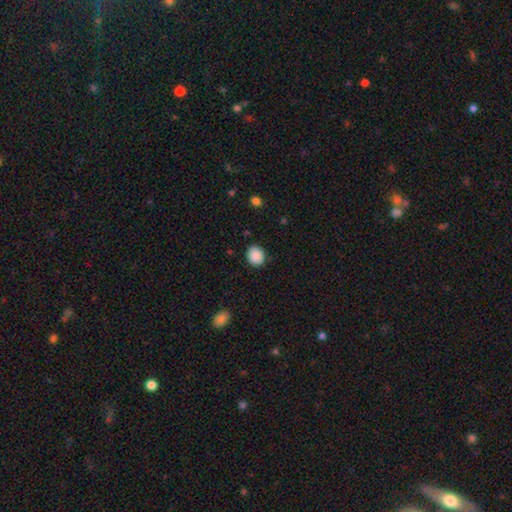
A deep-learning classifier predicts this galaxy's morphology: Smooth or featured: smooth — 89% (star or artifact — 8%)
How rounded: round — 68% (in between — 31%)
Merging: none — 86% (minor disturbance — 10%)